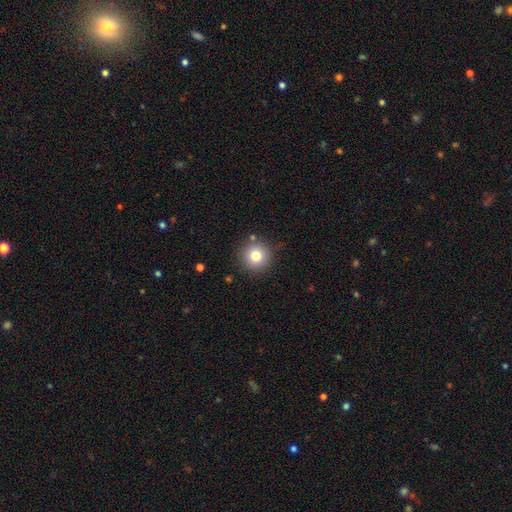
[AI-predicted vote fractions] This appears to be a smooth galaxy with no disk features (78%) that is round (95%). Merging: none (86%).